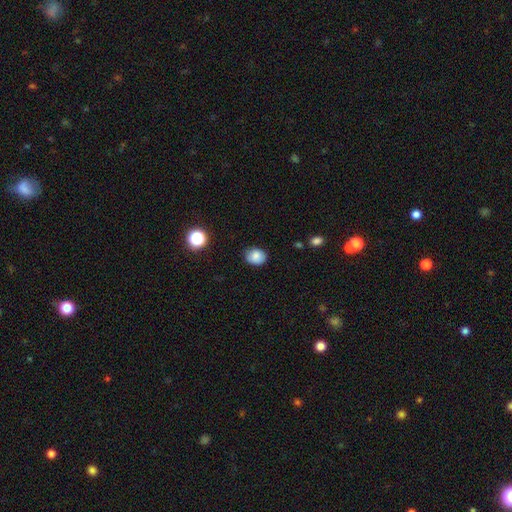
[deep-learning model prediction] Morphology: type=smooth (83%); roundness=in between (54%); merging=none (82%).